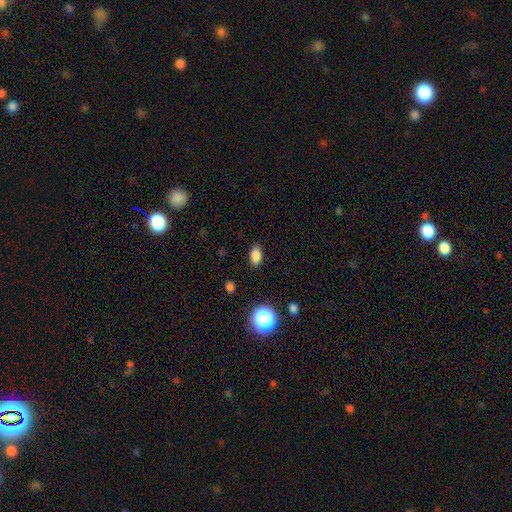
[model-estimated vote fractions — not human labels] This appears to be a smooth galaxy with no disk features (83%) that is in between round and cigar-shaped (86%). Merging: none (86%).